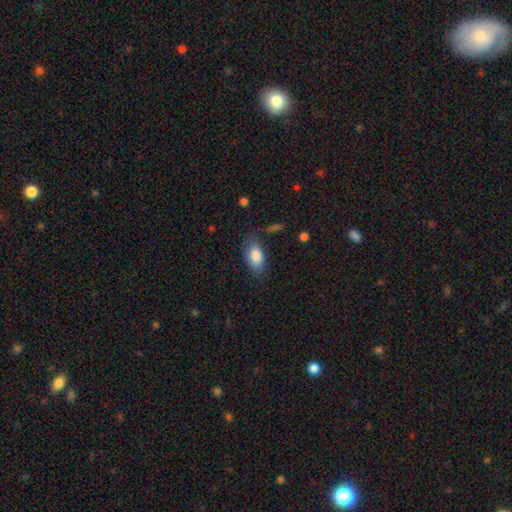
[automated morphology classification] Smooth or featured: smooth — 83% (featured or disk — 11%)
How rounded: in between — 89% (cigar-shaped — 7%)
Merging: none — 73% (minor disturbance — 19%)